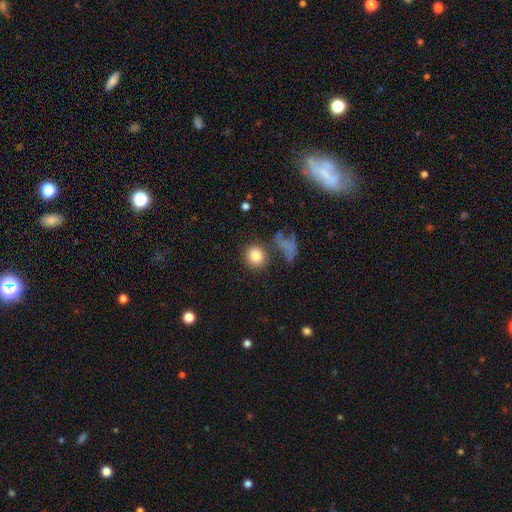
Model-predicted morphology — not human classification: Smooth or featured: smooth — 84% (star or artifact — 9%)
How rounded: round — 83% (in between — 15%)
Merging: none — 68% (merger — 12%)